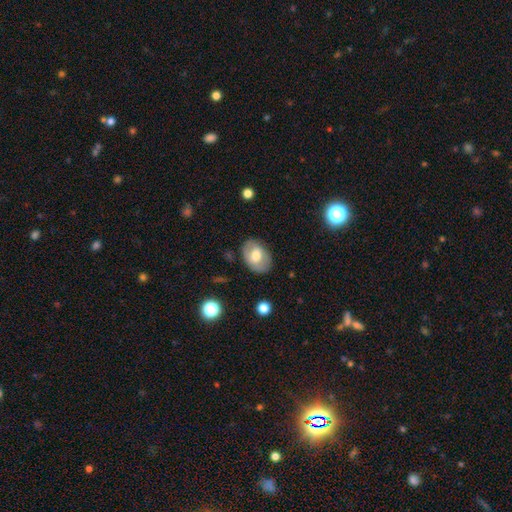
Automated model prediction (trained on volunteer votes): smooth 56%, featured or disk 37%, star or artifact 7%. Down the decision tree: how rounded — in between (81%); merging — none (77%).